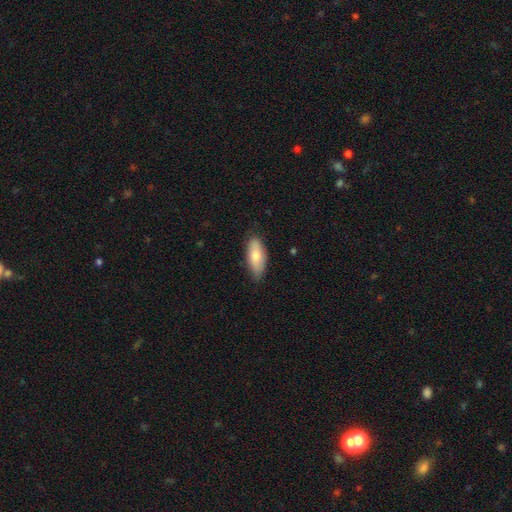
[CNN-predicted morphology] A smooth galaxy with no disk features (78%) that is in between round and cigar-shaped (80%). Merging: none (79%).